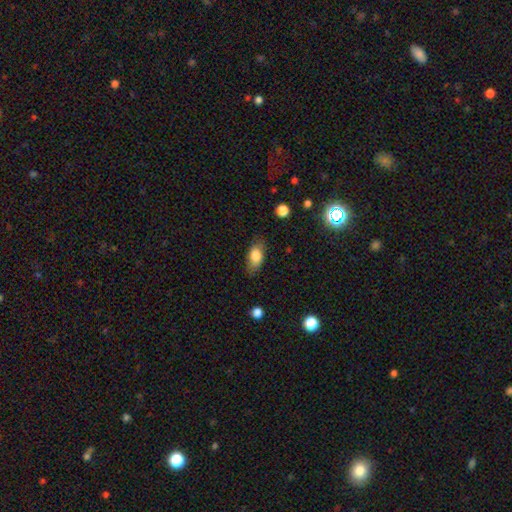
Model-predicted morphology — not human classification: Smooth or featured? Predicted: smooth (p=0.82). How rounded? Predicted: in between (p=0.88). Merging? Predicted: none (p=0.79).